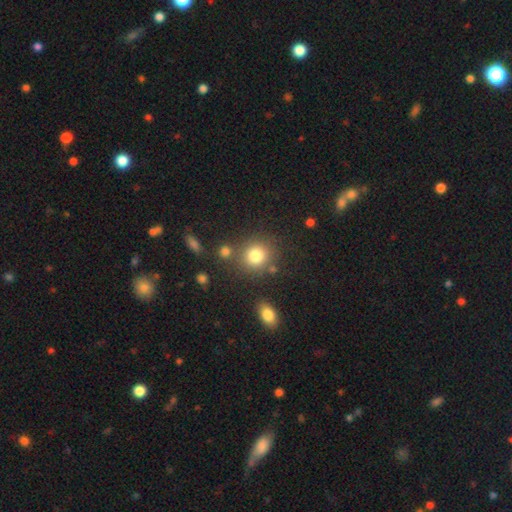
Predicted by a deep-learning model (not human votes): This appears to be a smooth galaxy with no disk features (81%) that is round (83%). Merging: none (74%).